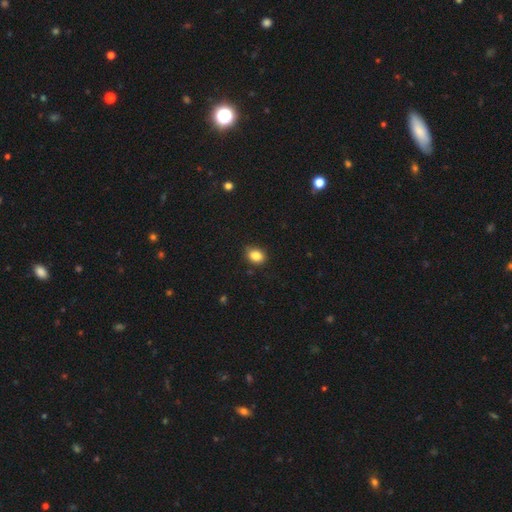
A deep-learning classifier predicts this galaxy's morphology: This is clearly a smooth galaxy (86%). How rounded: likely in between (67%). Merging: clearly none (84%).